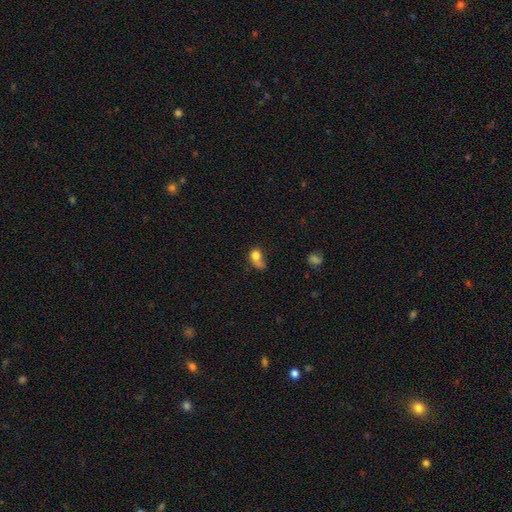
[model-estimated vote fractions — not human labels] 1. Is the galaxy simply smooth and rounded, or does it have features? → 75% smooth, 14% featured or disk, 11% star or artifact.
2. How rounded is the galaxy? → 53% round, 44% in between, 2% cigar-shaped.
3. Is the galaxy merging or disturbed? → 29% none, 26% major disturbance, 23% minor disturbance, 22% merger.